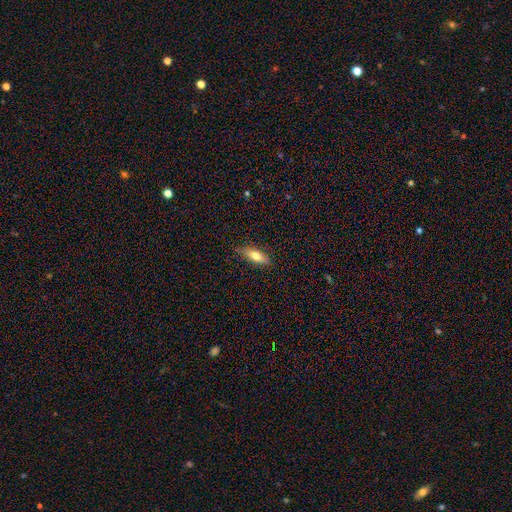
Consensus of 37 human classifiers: A smooth galaxy with no disk features (57%) that is in between round and cigar-shaped (67%). Merging: none (83%).